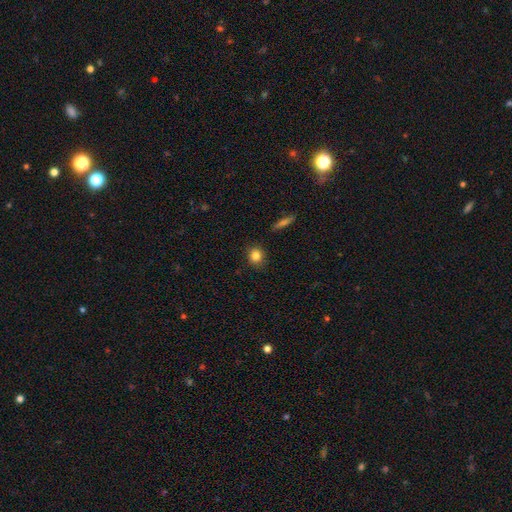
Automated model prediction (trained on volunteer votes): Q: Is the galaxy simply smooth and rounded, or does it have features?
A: smooth — 83%.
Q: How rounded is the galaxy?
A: round — 81%.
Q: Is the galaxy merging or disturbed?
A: none — 89%.